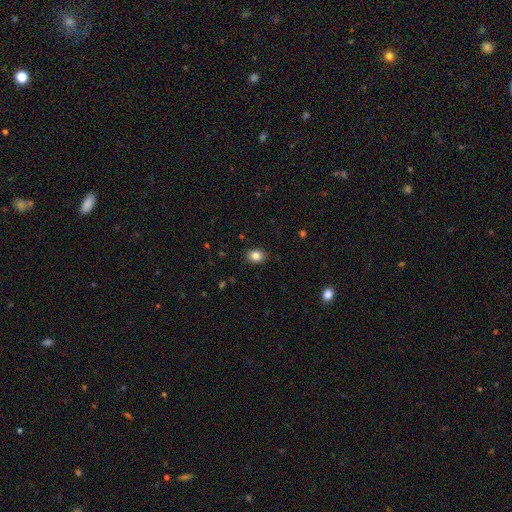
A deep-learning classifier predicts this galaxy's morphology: Smooth or featured: smooth — 84% (star or artifact — 10%)
How rounded: in between — 53% (round — 47%)
Merging: none — 89% (minor disturbance — 8%)